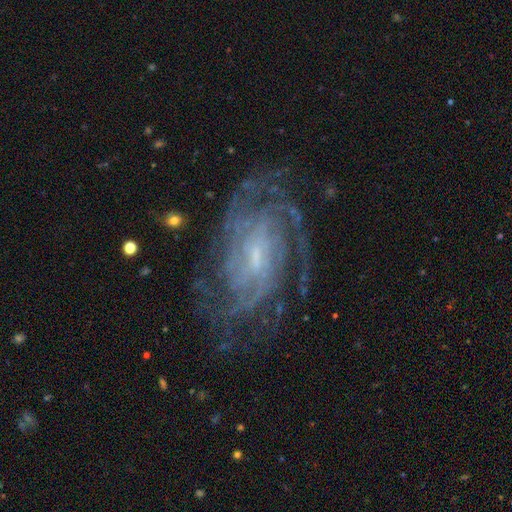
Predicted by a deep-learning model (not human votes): Smooth or featured? Predicted: featured or disk (p=0.89). Edge-on disk? Predicted: no (p=0.97). Bar? Predicted: weak (p=0.47). Spiral arms? Predicted: yes (p=0.97). Spiral winding? Predicted: tight (p=0.62). Spiral arm count? Predicted: can't tell (p=0.27). Bulge size? Predicted: small (p=0.69). Merging? Predicted: none (p=0.73).